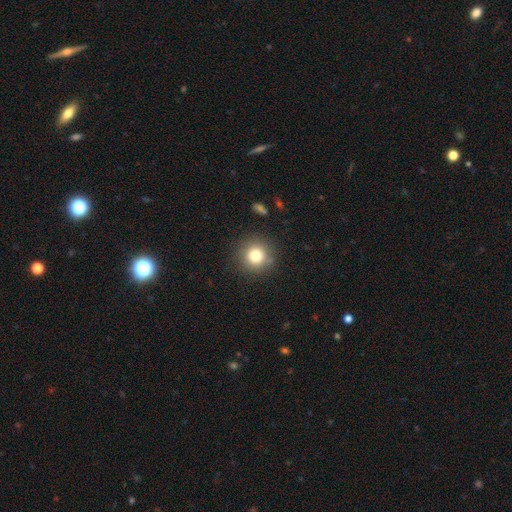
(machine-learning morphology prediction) Overall: smooth (80%). How rounded: round (94%). Merging: none (86%).